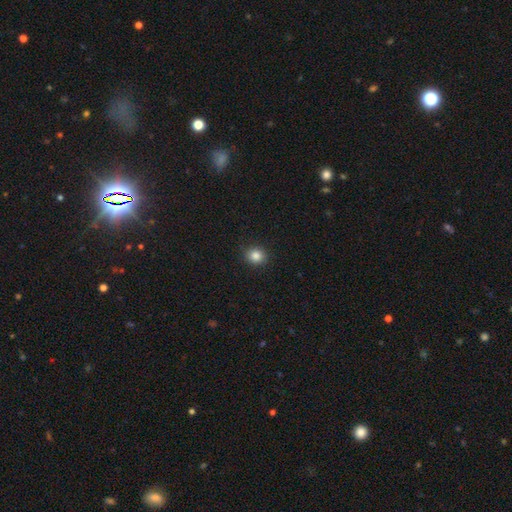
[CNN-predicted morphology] A smooth galaxy with no disk features (85%) that is round (80%). Merging: none (90%).